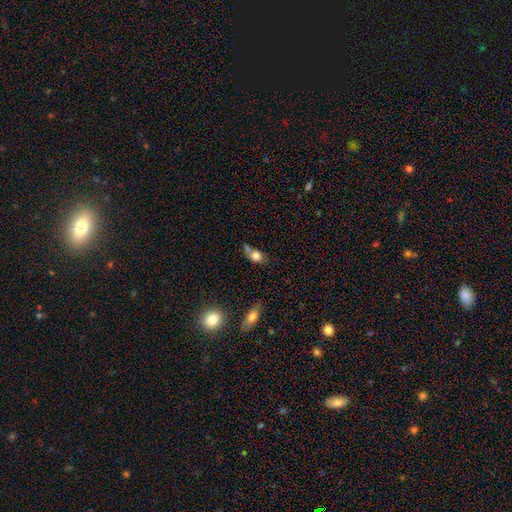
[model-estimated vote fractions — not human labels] A smooth galaxy with no disk features (76%) that is in between round and cigar-shaped (62%). Merging: none (40%).